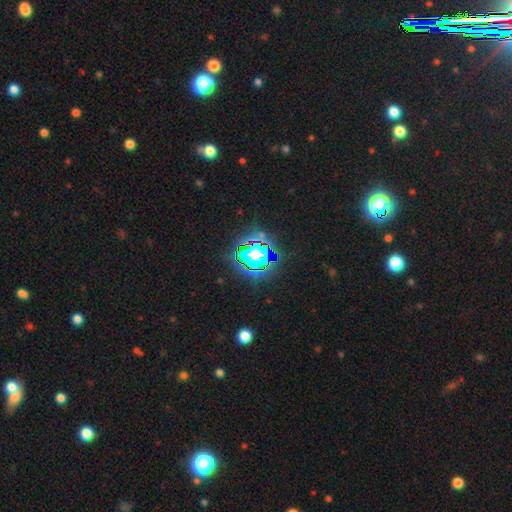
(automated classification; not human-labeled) This appears to be a star or artifact, not a galaxy (78%).